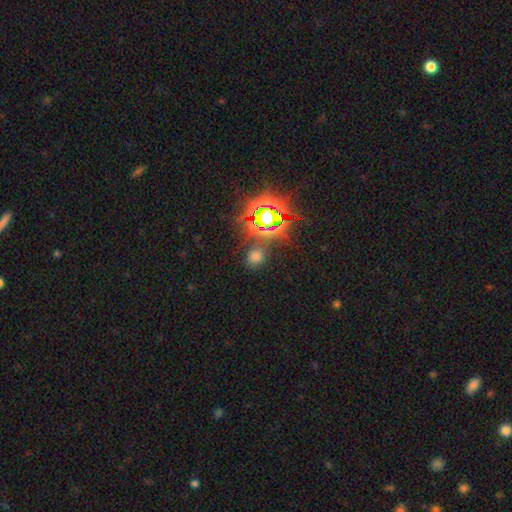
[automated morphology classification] Smooth or featured? Predicted: smooth (p=0.48). Merging? Predicted: none (p=0.80).